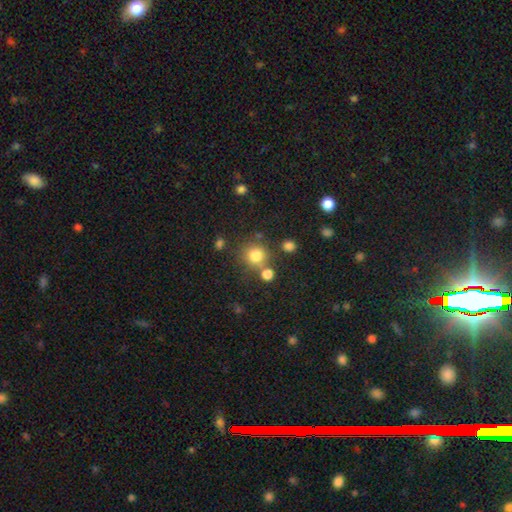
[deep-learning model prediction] smooth_or_featured: smooth (p=0.78) [alt: star or artifact p=0.14]
how_rounded: round (p=0.90) [alt: in between p=0.09]
merging: none (p=0.69) [alt: merger p=0.16]